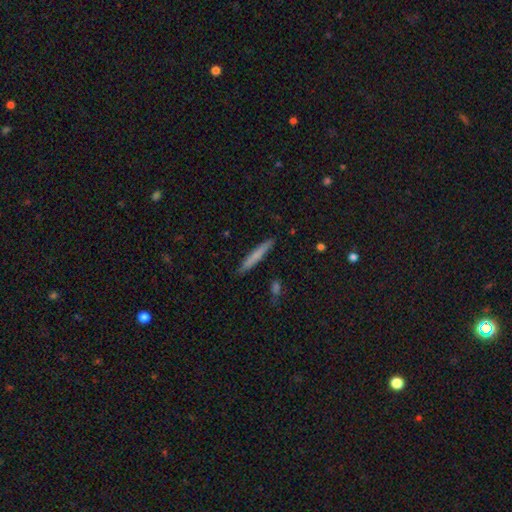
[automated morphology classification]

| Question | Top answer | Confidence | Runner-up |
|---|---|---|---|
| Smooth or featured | smooth | 68% | featured or disk (26%) |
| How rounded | cigar-shaped | 96% | in between (3%) |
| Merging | none | 89% | minor disturbance (8%) |